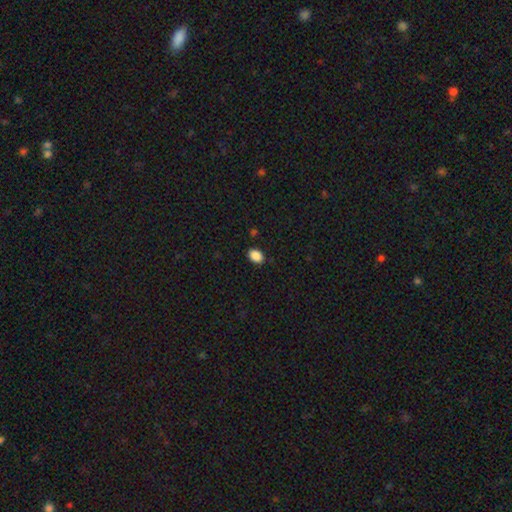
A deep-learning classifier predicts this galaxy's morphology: type=smooth (88%); roundness=in between (81%); merging=none (87%).